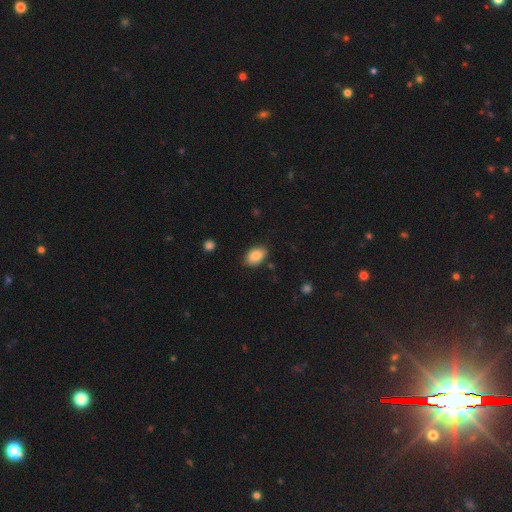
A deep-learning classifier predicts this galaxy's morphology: Smooth or featured? smooth (87%)
How rounded? in between (86%)
Merging? none (83%)